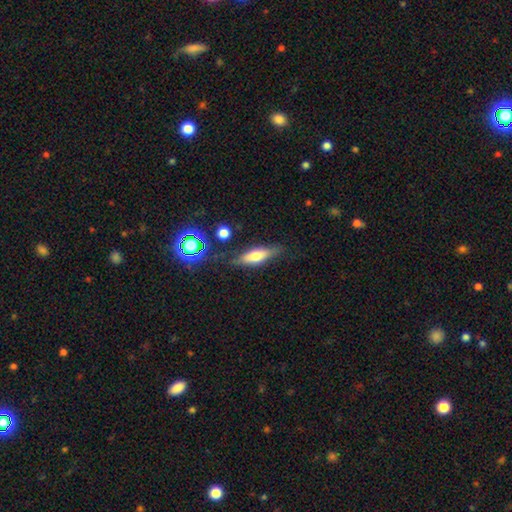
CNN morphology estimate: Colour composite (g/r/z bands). It shows a smooth galaxy with no disk features (51%) that is cigar-shaped (50%). Merging: none (75%).